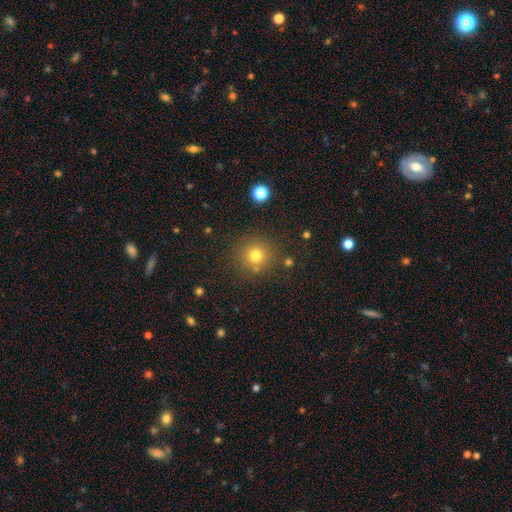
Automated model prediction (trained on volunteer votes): smooth-or-featured: smooth: 76% | star or artifact: 16% | featured or disk: 8%
  how-rounded: round: 94% | in between: 5% | cigar-shaped: 1%
  merging: none: 84% | minor disturbance: 8% | merger: 4% | major disturbance: 3%